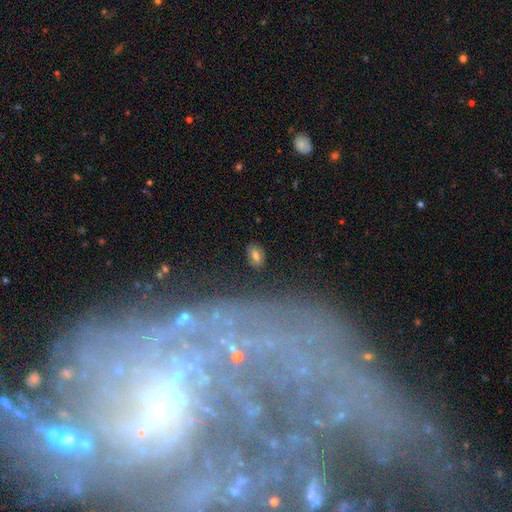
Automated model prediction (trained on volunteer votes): smooth-or-featured: smooth: 72% | featured or disk: 16% | star or artifact: 13%
  how-rounded: in between: 85% | round: 12% | cigar-shaped: 3%
  merging: none: 80% | minor disturbance: 13% | major disturbance: 5% | merger: 3%